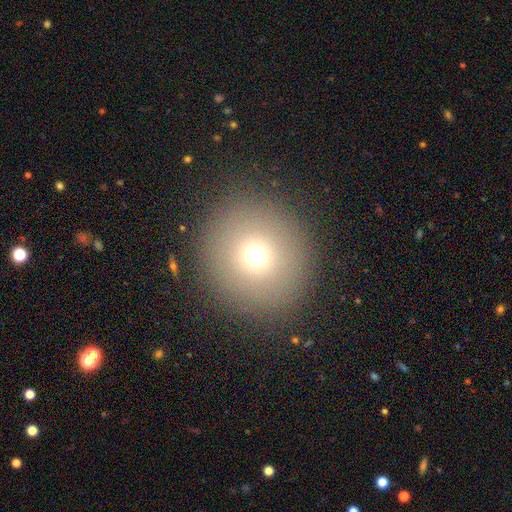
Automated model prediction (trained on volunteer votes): Overall: smooth (71%). How rounded: round (93%). Merging: none (90%).